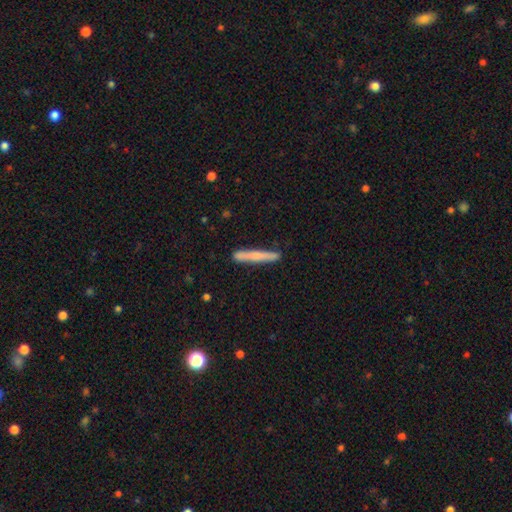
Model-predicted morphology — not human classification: This appears to be a smooth galaxy with no disk features (63%) that is cigar-shaped (96%). Merging: none (88%).